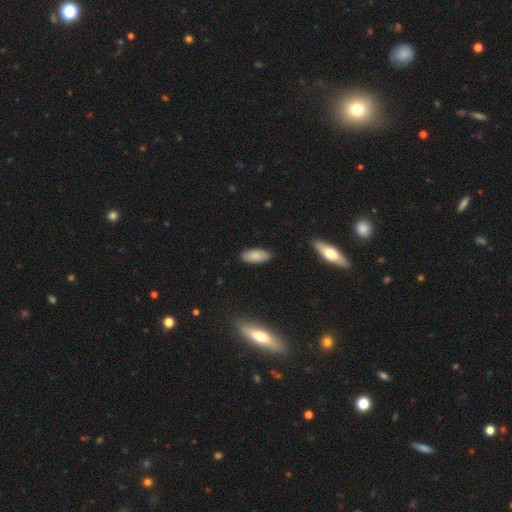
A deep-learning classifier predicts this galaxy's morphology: Smooth or featured? Predicted: smooth (p=0.84). How rounded? Predicted: in between (p=0.89). Merging? Predicted: none (p=0.86).